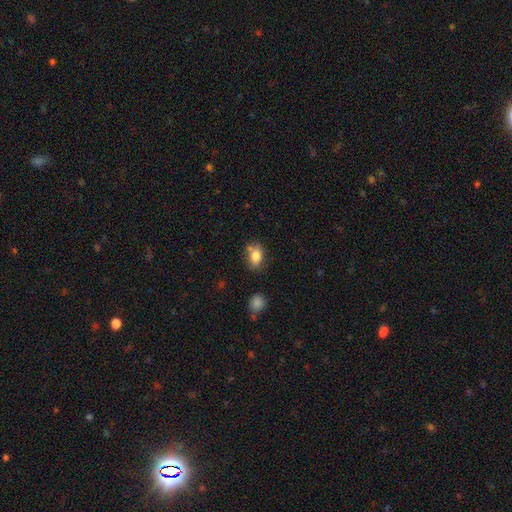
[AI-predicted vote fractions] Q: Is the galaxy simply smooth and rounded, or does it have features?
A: smooth — 82%.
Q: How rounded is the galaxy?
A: in between — 78%.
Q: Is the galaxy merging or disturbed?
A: none — 61%.